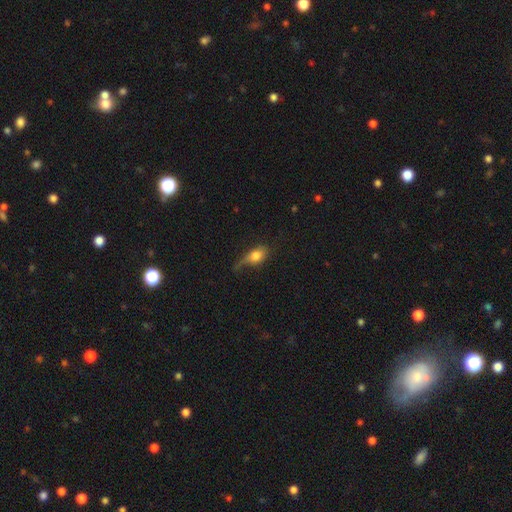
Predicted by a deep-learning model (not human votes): A smooth galaxy with no disk features (73%) that is in between round and cigar-shaped (77%). Merging: none (33%, tied with minor disturbance).